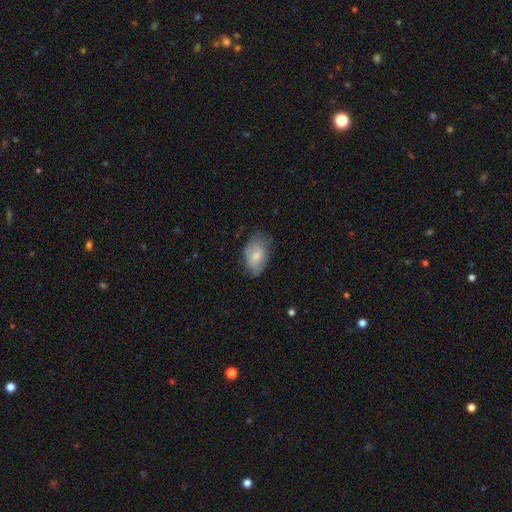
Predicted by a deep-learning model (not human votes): Smooth or featured? smooth (75%)
How rounded? in between (88%)
Merging? none (64%)